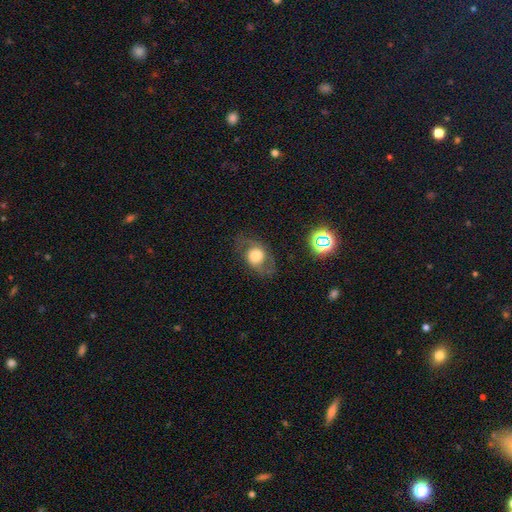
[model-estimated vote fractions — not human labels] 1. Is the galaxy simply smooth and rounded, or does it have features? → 51% featured or disk, 40% smooth, 9% star or artifact.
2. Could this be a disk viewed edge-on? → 91% no, 9% yes.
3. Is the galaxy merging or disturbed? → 68% none, 18% minor disturbance, 13% major disturbance, 1% merger.